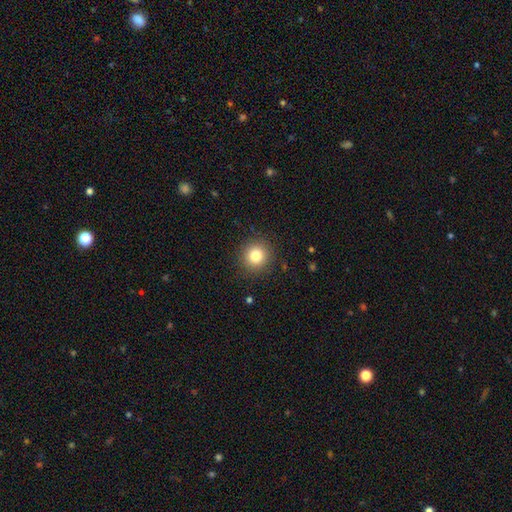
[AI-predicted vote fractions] Smooth or featured? smooth (81%)
How rounded? round (93%)
Merging? none (90%)